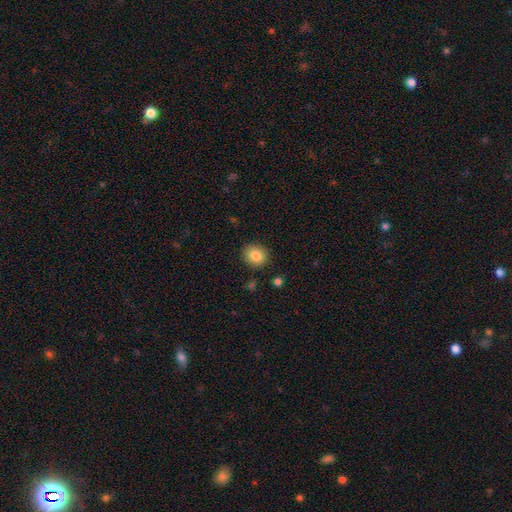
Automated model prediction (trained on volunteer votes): smooth 84%, star or artifact 9%, featured or disk 7%. Down the decision tree: how rounded — round (73%); merging — none (88%).